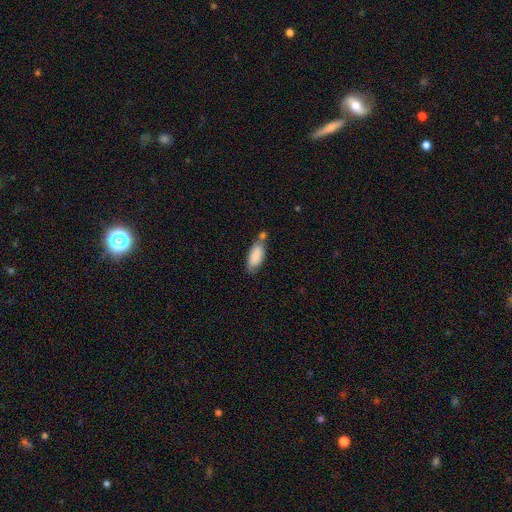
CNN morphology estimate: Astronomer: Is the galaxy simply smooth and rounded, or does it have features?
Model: smooth — 83%.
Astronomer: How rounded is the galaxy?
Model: in between — 83%.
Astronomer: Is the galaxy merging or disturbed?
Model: none — 47% (runner-up: merger, 26%).